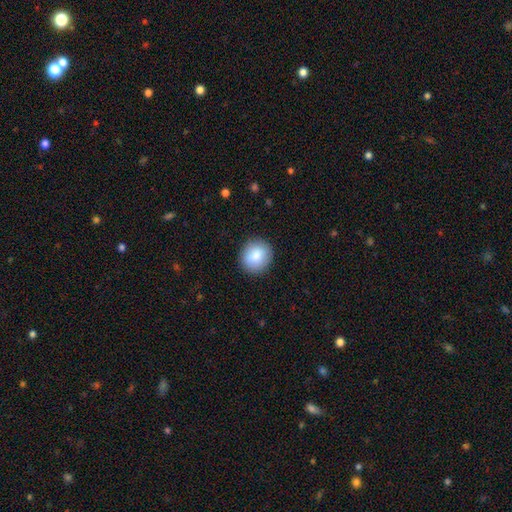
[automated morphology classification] smooth-or-featured: smooth: 84% | featured or disk: 9% | star or artifact: 7%
  how-rounded: round: 84% | in between: 15% | cigar-shaped: 1%
  merging: none: 90% | minor disturbance: 7% | major disturbance: 2% | merger: 1%